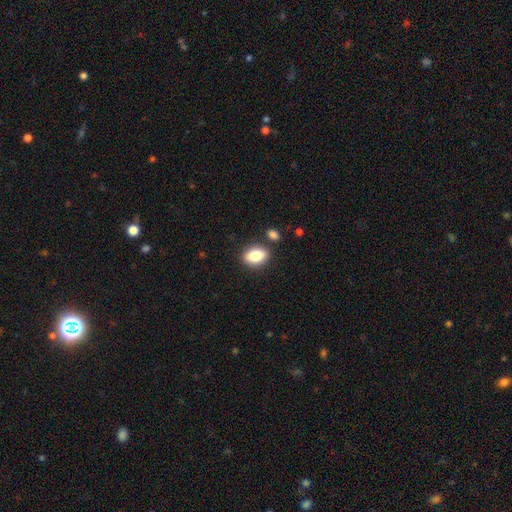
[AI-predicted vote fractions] Q: Smooth or featured?
A: smooth (84%); runner-up: featured or disk (8%)
Q: How rounded?
A: in between (83%); runner-up: round (14%)
Q: Merging?
A: none (80%); runner-up: minor disturbance (10%)